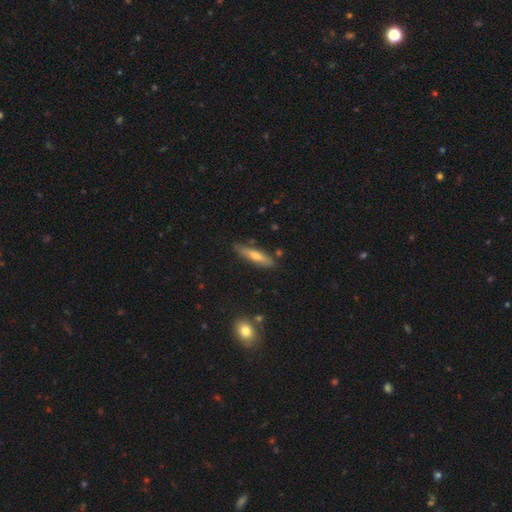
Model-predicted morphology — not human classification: A smooth galaxy with no disk features (54%) that is cigar-shaped (82%).

Vote fractions:
- Smooth or featured? smooth: 54% / featured or disk: 40% / star or artifact: 7%
- How rounded? cigar-shaped: 82% / in between: 16% / round: 2%
- Merging? none: 83% / minor disturbance: 13% / merger: 3% / major disturbance: 2%